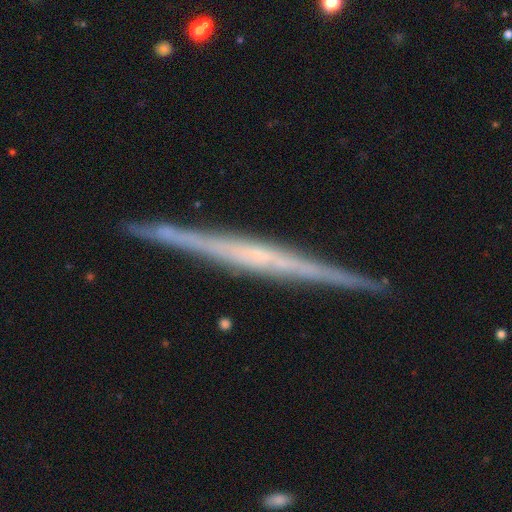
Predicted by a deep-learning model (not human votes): Smooth or featured? featured or disk (82%)
Edge-on disk? yes (98%)
Edge-on bulge? none (57%)
Merging? none (90%)